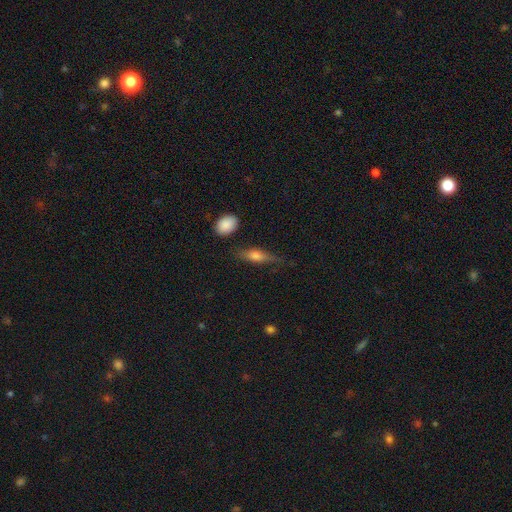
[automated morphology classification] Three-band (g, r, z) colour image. It shows a smooth galaxy with no disk features (58%) that is cigar-shaped (49%). Merging: none (66%).